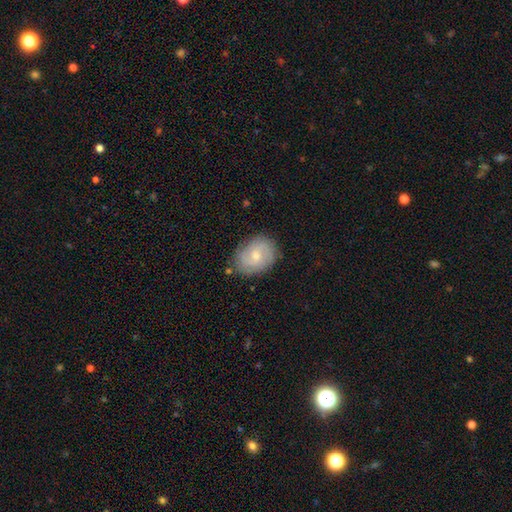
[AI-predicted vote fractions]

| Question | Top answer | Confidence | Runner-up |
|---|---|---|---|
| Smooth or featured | featured or disk | 57% | smooth (36%) |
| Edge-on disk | no | 97% | yes (3%) |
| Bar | no | 64% | weak (33%) |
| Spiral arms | yes | 87% | no (13%) |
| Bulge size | small | 55% | moderate (41%) |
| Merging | none | 78% | minor disturbance (16%) |